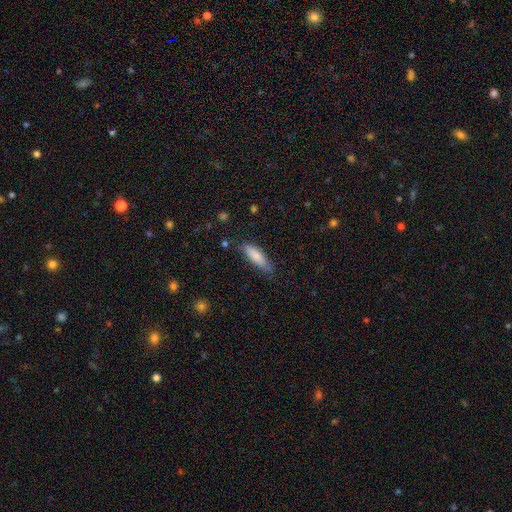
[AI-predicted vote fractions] smooth_or_featured: smooth (p=0.83) [alt: featured or disk p=0.11]
how_rounded: in between (p=0.50) [alt: cigar-shaped p=0.49]
merging: none (p=0.71) [alt: minor disturbance p=0.23]